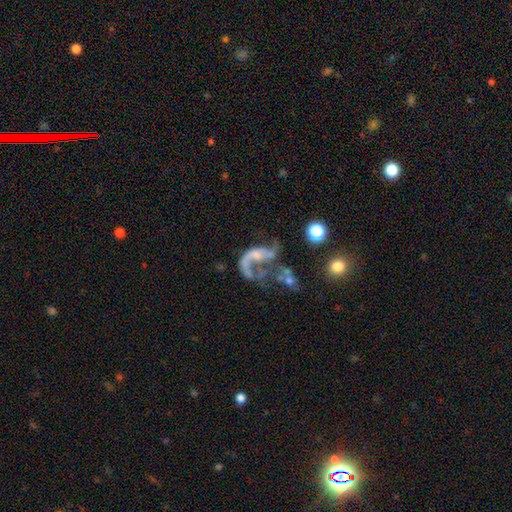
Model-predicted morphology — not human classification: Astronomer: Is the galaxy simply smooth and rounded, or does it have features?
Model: featured or disk — 74%.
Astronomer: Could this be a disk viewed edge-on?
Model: no — 97%.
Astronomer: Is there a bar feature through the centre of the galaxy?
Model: no — 64%.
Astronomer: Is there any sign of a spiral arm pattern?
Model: yes — 73%.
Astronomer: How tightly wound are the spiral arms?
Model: loose — 79%.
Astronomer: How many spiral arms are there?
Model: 2 — 50% (runner-up: 1, 38%).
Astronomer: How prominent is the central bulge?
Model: small — 39%, tied with none at 39%.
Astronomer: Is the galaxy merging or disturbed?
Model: major disturbance — 42% (runner-up: merger, 26%).